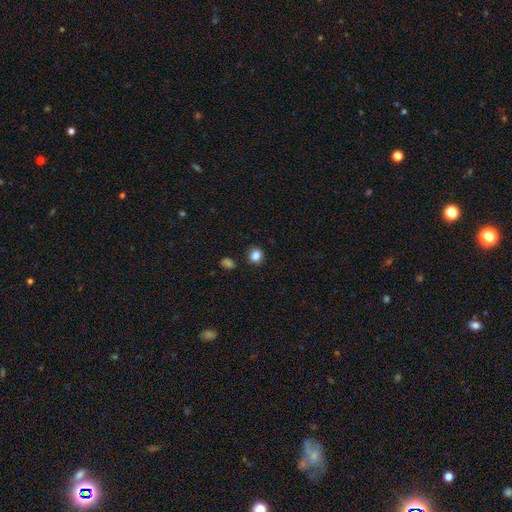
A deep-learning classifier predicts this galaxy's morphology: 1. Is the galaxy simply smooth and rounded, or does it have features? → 85% smooth, 11% star or artifact, 4% featured or disk.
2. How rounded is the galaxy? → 77% round, 22% in between, 1% cigar-shaped.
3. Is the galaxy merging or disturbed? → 86% none, 9% minor disturbance, 2% merger, 2% major disturbance.